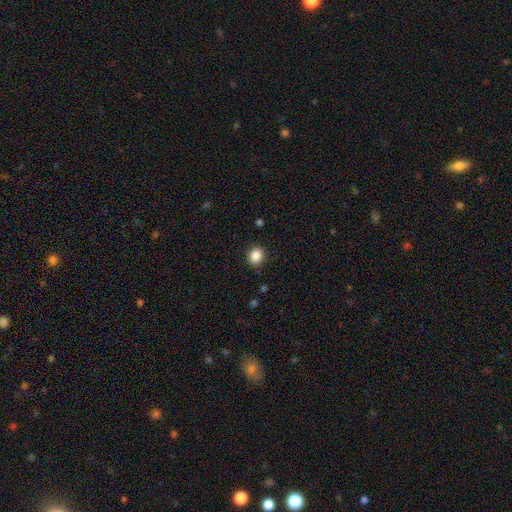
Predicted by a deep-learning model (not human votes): Q: Smooth or featured?
A: smooth (87%); runner-up: star or artifact (10%)
Q: How rounded?
A: round (70%); runner-up: in between (29%)
Q: Merging?
A: none (88%); runner-up: minor disturbance (9%)